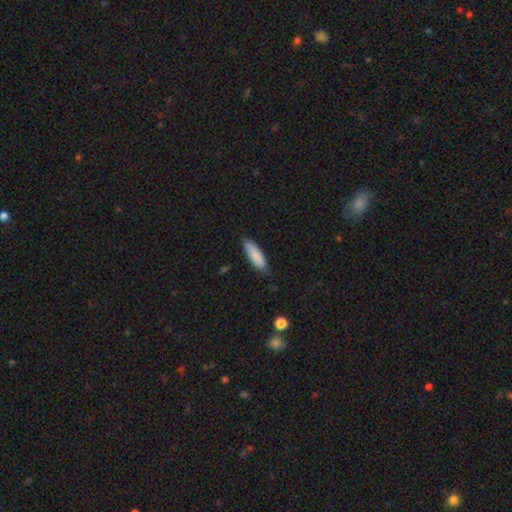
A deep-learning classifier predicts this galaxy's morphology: Overall: smooth (86%). How rounded: cigar-shaped (53%; in between 45%). Merging: none (79%).